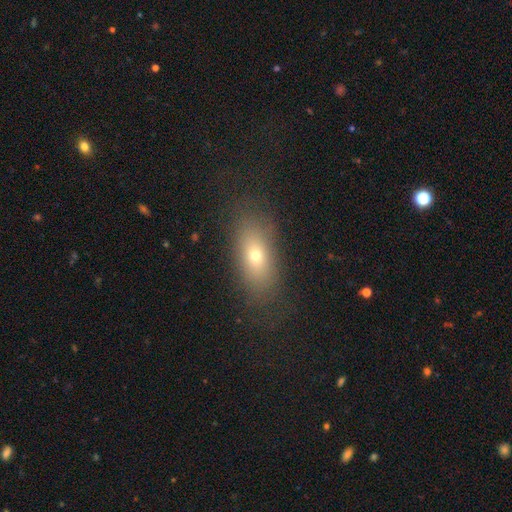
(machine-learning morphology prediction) Smooth or featured? smooth (66%)
How rounded? in between (77%)
Merging? none (80%)